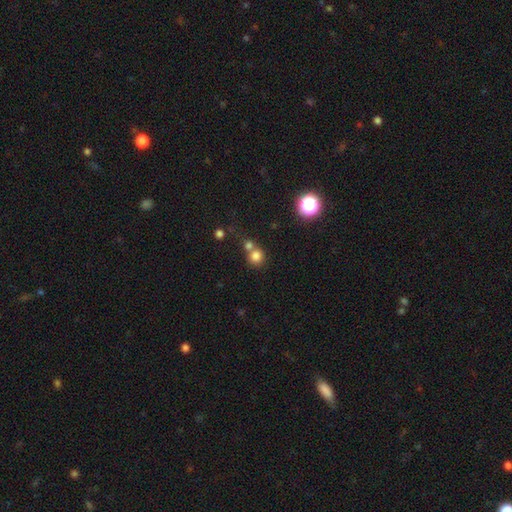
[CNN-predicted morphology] smooth_or_featured: smooth (p=0.78) [alt: star or artifact p=0.14]
how_rounded: round (p=0.88) [alt: in between p=0.11]
merging: none (p=0.51) [alt: merger p=0.39]